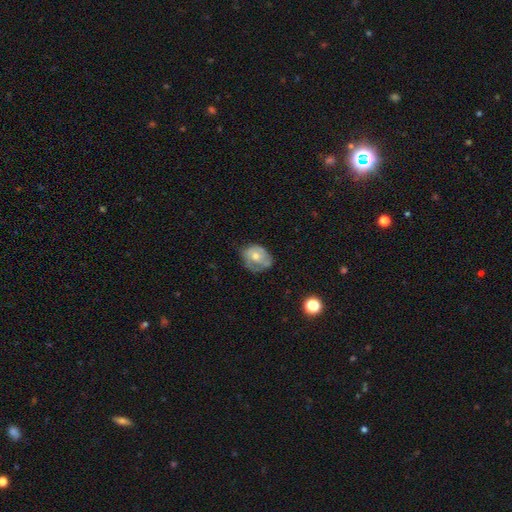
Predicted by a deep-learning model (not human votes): smooth_or_featured: smooth (p=0.46) [alt: featured or disk p=0.45]
merging: none (p=0.51) [alt: minor disturbance p=0.32]